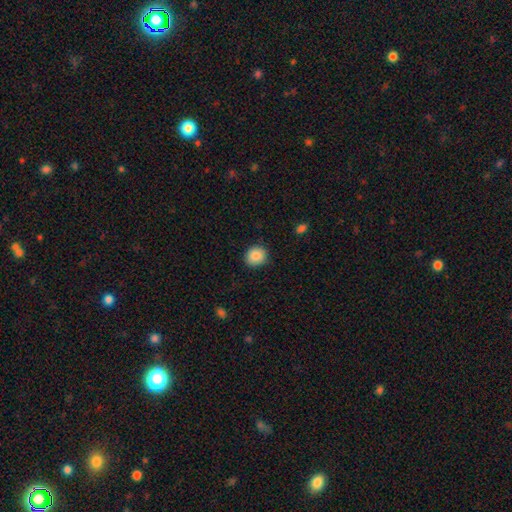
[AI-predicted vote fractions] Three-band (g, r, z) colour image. It shows a smooth galaxy with no disk features (87%) that is round (80%). Merging: none (86%).